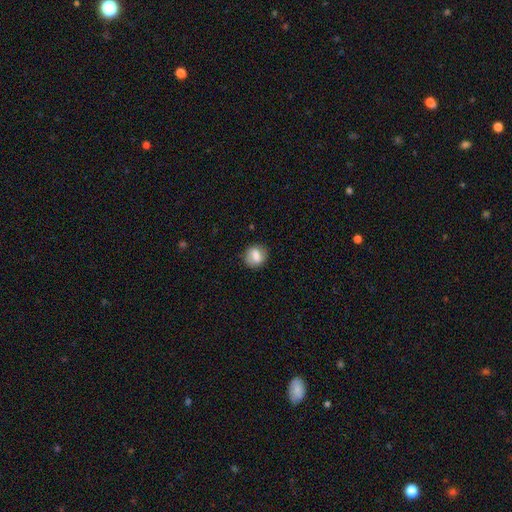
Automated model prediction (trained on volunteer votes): This is likely a smooth galaxy (71%). How rounded: likely round (65%). Merging: likely none (78%).